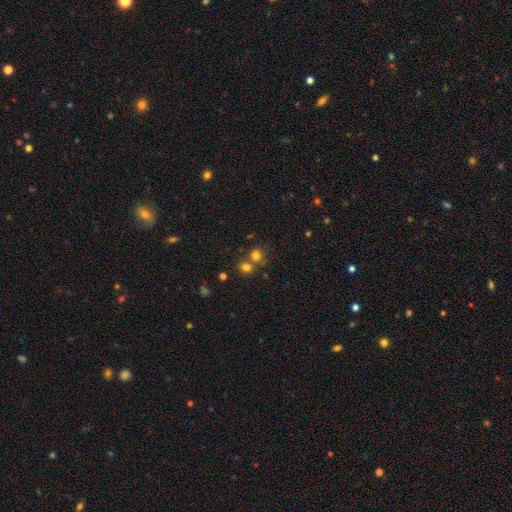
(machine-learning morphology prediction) Q: Smooth or featured?
A: smooth (75%); runner-up: star or artifact (17%)
Q: How rounded?
A: round (83%); runner-up: in between (16%)
Q: Merging?
A: none (52%); runner-up: merger (38%)